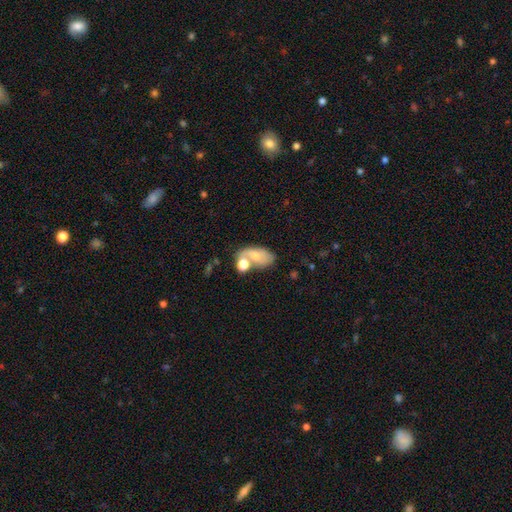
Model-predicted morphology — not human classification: smooth 58%, featured or disk 33%, star or artifact 9%. Down the decision tree: how rounded — in between (86%); merging — merger (41%).